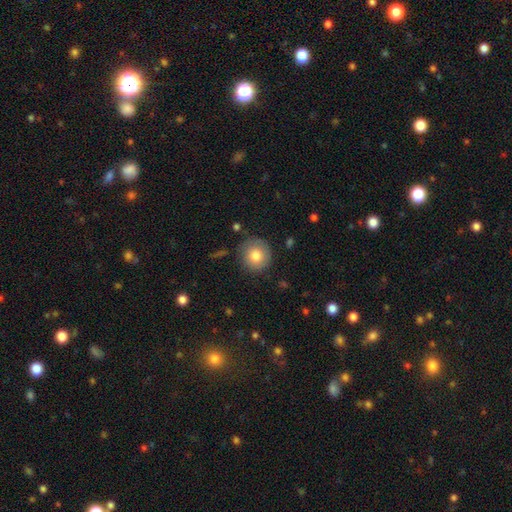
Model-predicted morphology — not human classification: This is likely a smooth galaxy (79%). How rounded: clearly round (94%). Merging: clearly none (84%).